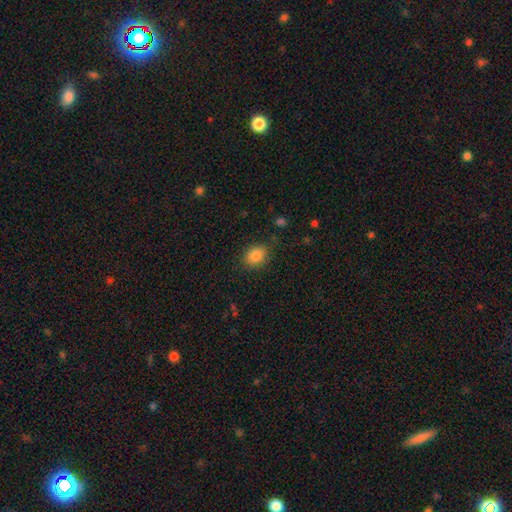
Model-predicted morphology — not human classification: A smooth galaxy with no disk features (85%) that is in between round and cigar-shaped (65%).

Vote fractions:
- Smooth or featured? smooth: 85% / star or artifact: 9% / featured or disk: 5%
- How rounded? in between: 65% / round: 34% / cigar-shaped: 1%
- Merging? none: 85% / minor disturbance: 11% / major disturbance: 3% / merger: 1%